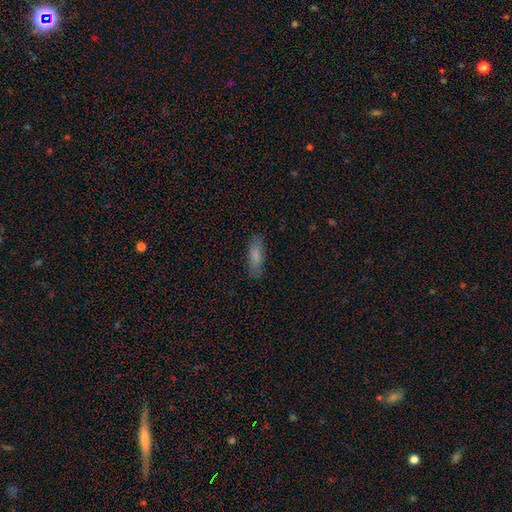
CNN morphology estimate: A smooth galaxy with no disk features (81%) that is in between round and cigar-shaped (59%). Merging: none (82%).